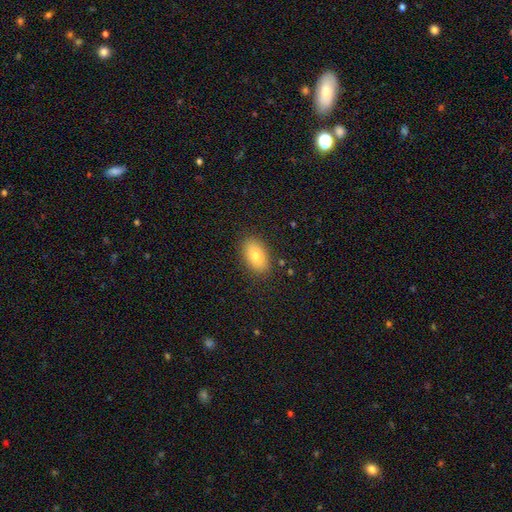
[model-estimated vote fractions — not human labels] A smooth galaxy with no disk features (78%) that is in between round and cigar-shaped (90%).

Vote fractions:
- Smooth or featured? smooth: 78% / featured or disk: 13% / star or artifact: 9%
- How rounded? in between: 90% / round: 8% / cigar-shaped: 2%
- Merging? none: 87% / minor disturbance: 9% / major disturbance: 2% / merger: 1%